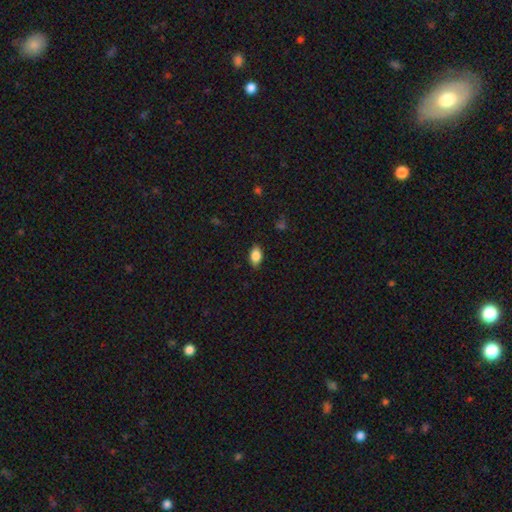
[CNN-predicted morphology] smooth-or-featured: smooth: 84% | star or artifact: 8% | featured or disk: 8%
  how-rounded: in between: 89% | round: 8% | cigar-shaped: 3%
  merging: none: 85% | minor disturbance: 12% | major disturbance: 2% | merger: 1%